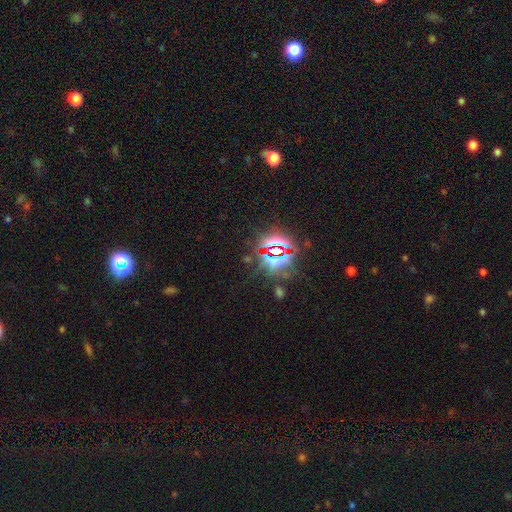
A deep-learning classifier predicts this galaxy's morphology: This is clearly a star or artifact rather than a galaxy (81%).